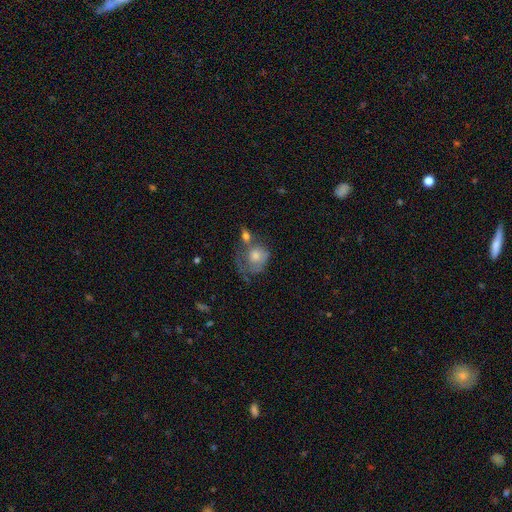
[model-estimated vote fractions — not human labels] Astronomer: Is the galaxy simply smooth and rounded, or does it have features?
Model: smooth — 49% (runner-up: featured or disk, 41%).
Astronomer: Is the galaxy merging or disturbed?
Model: merger — 28% (runner-up: major disturbance, 27%).